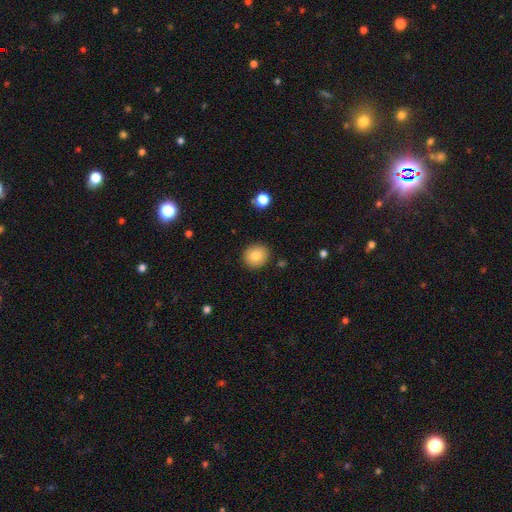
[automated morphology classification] Q: Smooth or featured?
A: smooth (81%); runner-up: featured or disk (10%)
Q: How rounded?
A: round (84%); runner-up: in between (15%)
Q: Merging?
A: none (89%); runner-up: minor disturbance (7%)